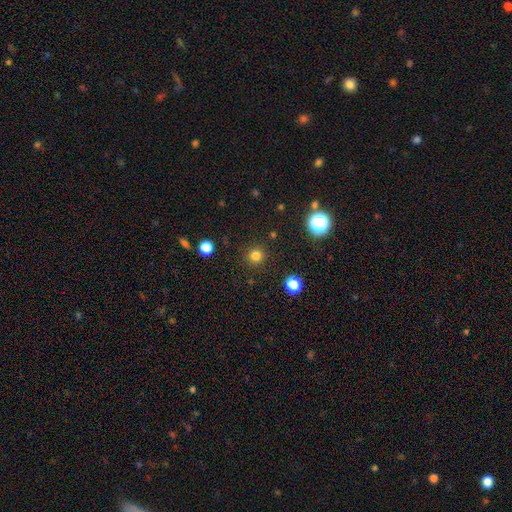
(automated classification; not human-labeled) Overall: smooth (79%). How rounded: round (95%). Merging: none (90%).